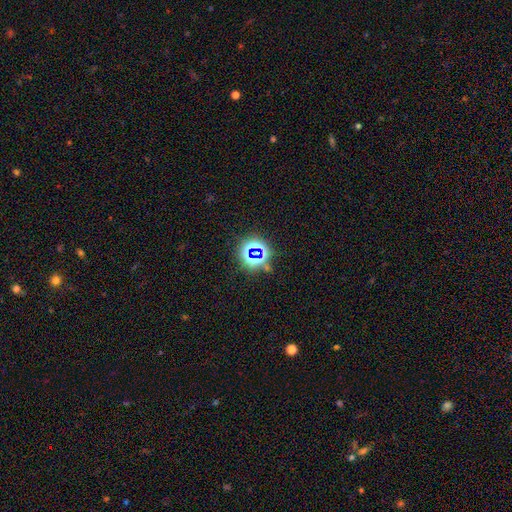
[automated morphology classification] Smooth or featured? Predicted: star or artifact (p=0.72).